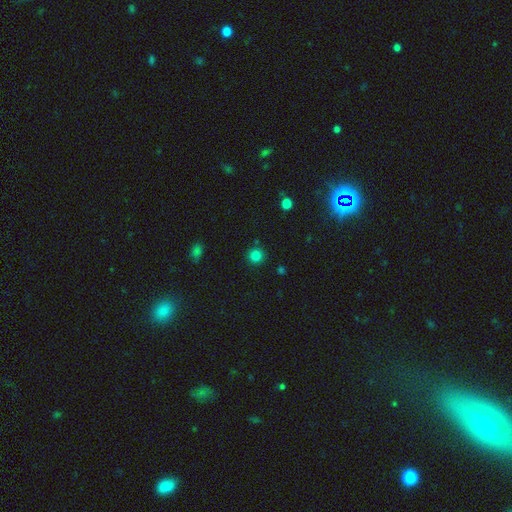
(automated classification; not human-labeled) Q: Smooth or featured?
A: smooth (81%); runner-up: star or artifact (14%)
Q: How rounded?
A: round (94%); runner-up: in between (5%)
Q: Merging?
A: none (89%); runner-up: minor disturbance (6%)